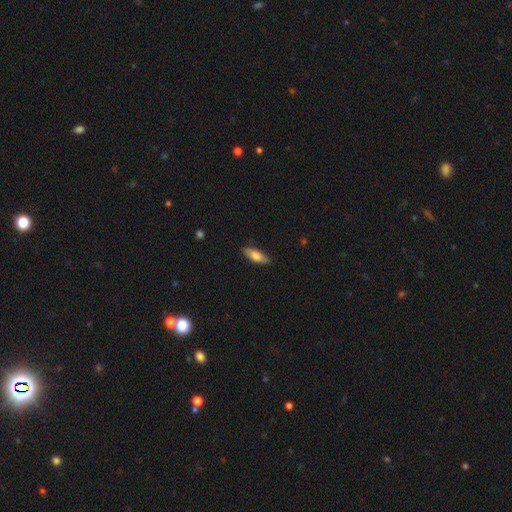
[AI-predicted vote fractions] This is likely a smooth galaxy (75%). How rounded: likely in between (65%). Merging: clearly none (87%).